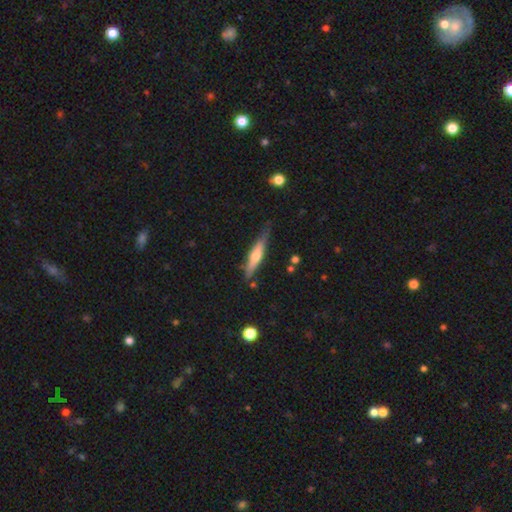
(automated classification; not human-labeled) smooth-or-featured: featured or disk: 48% | smooth: 46% | star or artifact: 6%
  merging: none: 73% | minor disturbance: 20% | major disturbance: 4% | merger: 3%